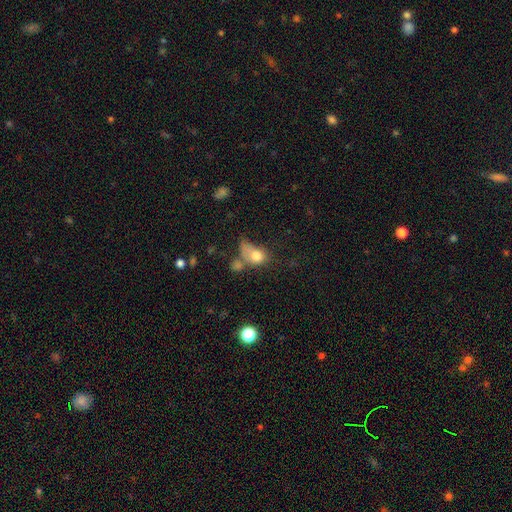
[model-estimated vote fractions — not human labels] smooth_or_featured: smooth (p=0.74) [alt: featured or disk p=0.15]
how_rounded: in between (p=0.64) [alt: round p=0.34]
merging: merger (p=0.33) [alt: major disturbance p=0.25]